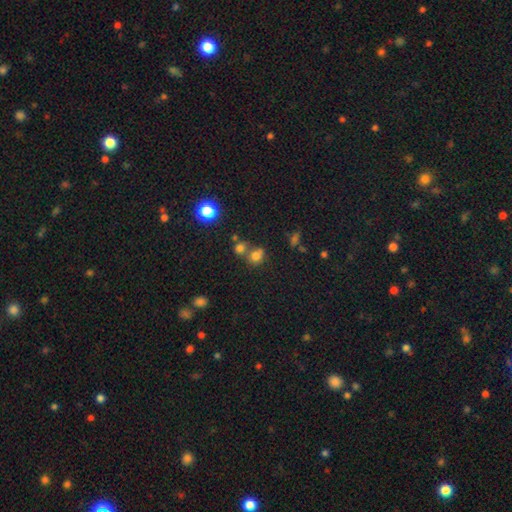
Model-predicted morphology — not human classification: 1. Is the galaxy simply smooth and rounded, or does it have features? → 73% smooth, 19% star or artifact, 9% featured or disk.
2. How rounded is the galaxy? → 69% round, 30% in between, 1% cigar-shaped.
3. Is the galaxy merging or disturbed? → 48% none, 37% merger, 11% minor disturbance, 5% major disturbance.